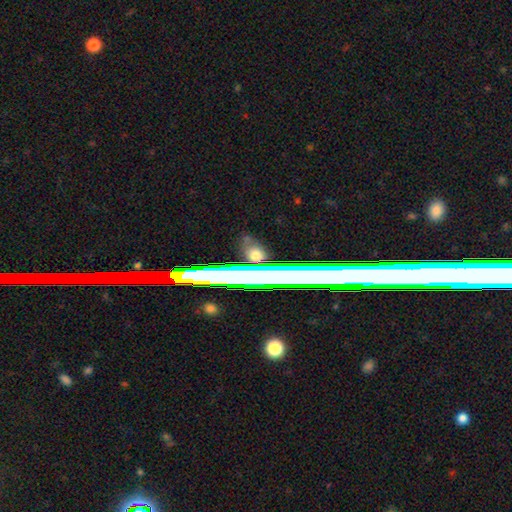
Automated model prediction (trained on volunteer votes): This appears to be a smooth galaxy with no disk features (50%) that is round (49%). Merging: none (82%).